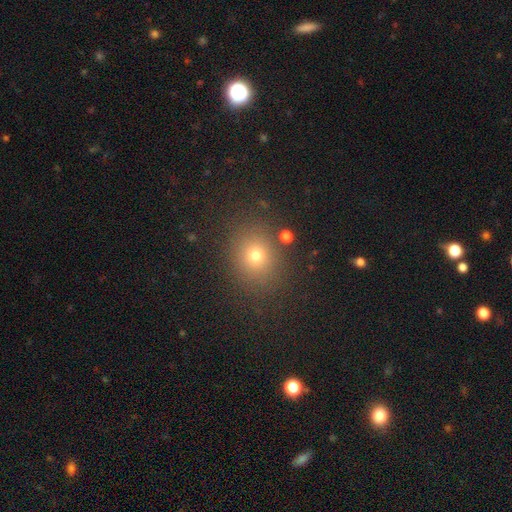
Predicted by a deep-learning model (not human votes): smooth 71%, star or artifact 19%, featured or disk 9%. Down the decision tree: how rounded — round (71%); merging — none (86%).